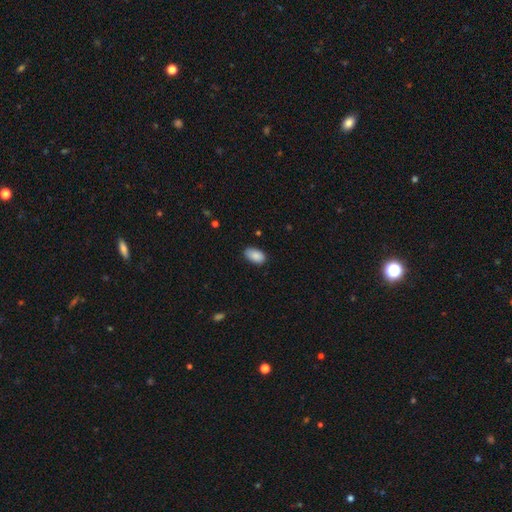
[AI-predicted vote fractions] A smooth galaxy with no disk features (89%) that is in between round and cigar-shaped (94%).

Vote fractions:
- Smooth or featured? smooth: 89% / star or artifact: 7% / featured or disk: 5%
- How rounded? in between: 94% / round: 5% / cigar-shaped: 1%
- Merging? none: 83% / minor disturbance: 14% / major disturbance: 2% / merger: 1%